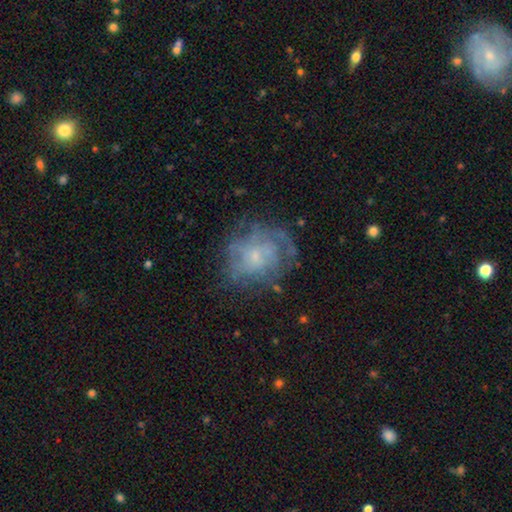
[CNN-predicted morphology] smooth_or_featured: featured or disk (p=0.64) [alt: smooth p=0.25]
disk_edge_on: no (p=0.97) [alt: yes p=0.03]
bar: no (p=0.78) [alt: weak p=0.19]
has_spiral_arms: yes (p=0.65) [alt: no p=0.35]
bulge_size: small (p=0.65) [alt: moderate p=0.23]
merging: none (p=0.63) [alt: minor disturbance p=0.20]